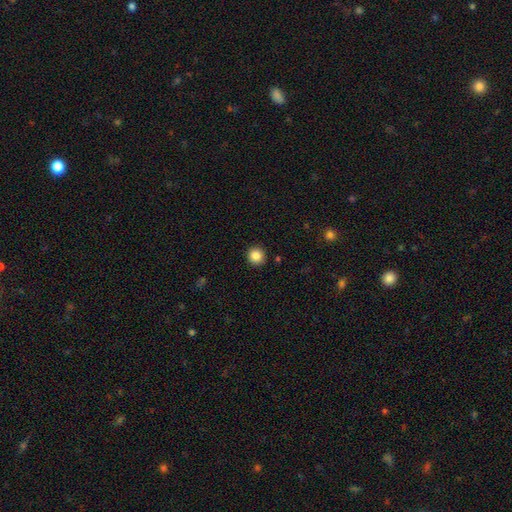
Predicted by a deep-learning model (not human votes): Q: Smooth or featured?
A: smooth (86%); runner-up: star or artifact (10%)
Q: How rounded?
A: round (93%); runner-up: in between (6%)
Q: Merging?
A: none (92%); runner-up: minor disturbance (5%)